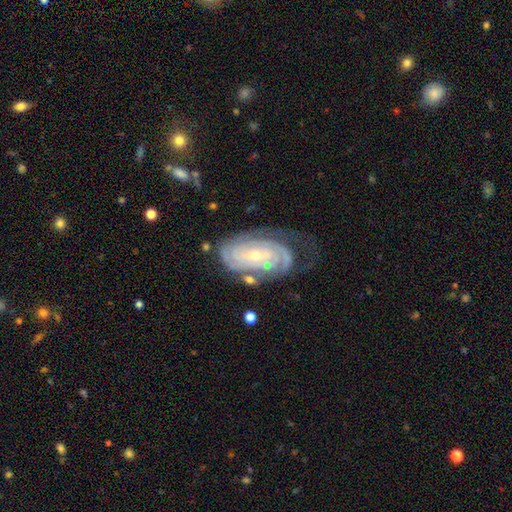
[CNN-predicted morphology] Smooth or featured?
  - featured or disk: 88% *
  - smooth: 6%
  - star or artifact: 5%
Edge-on disk?
  - no: 96% *
  - yes: 4%
Bar?
  - no: 62% *
  - weak: 28%
  - strong: 11%
Spiral arms?
  - yes: 97% *
  - no: 3%
Spiral winding?
  - tight: 81% *
  - medium: 15%
  - loose: 3%
Spiral arm count?
  - can't tell: 30% *
  - 2: 27%
  - 3: 19%
  - 4: 13%
  - more than 4: 6%
  - 1: 5%
Bulge size?
  - small: 67% *
  - moderate: 29%
  - large: 1%
  - none: 1%
  - dominant: 1%
Merging?
  - none: 61% *
  - minor disturbance: 22%
  - major disturbance: 13%
  - merger: 4%